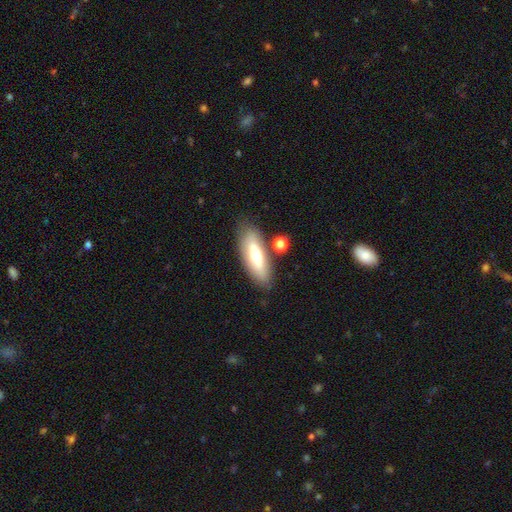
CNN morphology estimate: smooth-or-featured: smooth: 61% | featured or disk: 32% | star or artifact: 7%
  how-rounded: in between: 56% | cigar-shaped: 42% | round: 2%
  merging: none: 76% | minor disturbance: 13% | merger: 7% | major disturbance: 4%